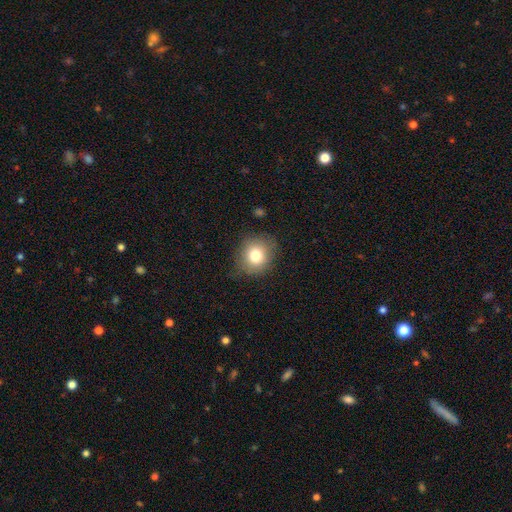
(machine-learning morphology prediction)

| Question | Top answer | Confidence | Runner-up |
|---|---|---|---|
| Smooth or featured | smooth | 79% | featured or disk (11%) |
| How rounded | round | 80% | in between (19%) |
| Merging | none | 80% | minor disturbance (15%) |